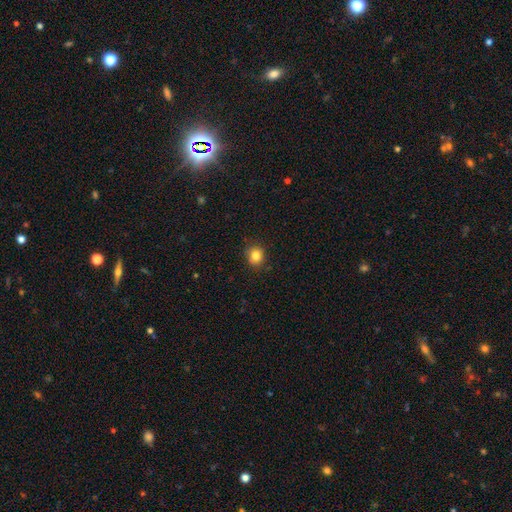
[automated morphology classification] type=smooth (83%); roundness=round (83%); merging=none (87%).